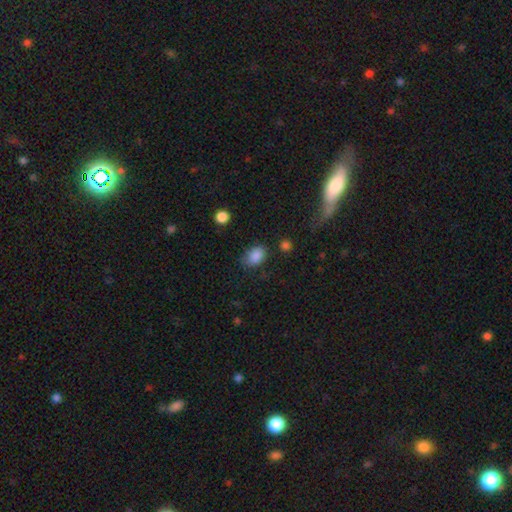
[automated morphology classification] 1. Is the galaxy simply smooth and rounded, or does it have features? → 87% smooth, 9% star or artifact, 5% featured or disk.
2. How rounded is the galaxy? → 79% in between, 19% round, 1% cigar-shaped.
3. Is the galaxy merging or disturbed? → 70% none, 22% minor disturbance, 6% major disturbance, 3% merger.